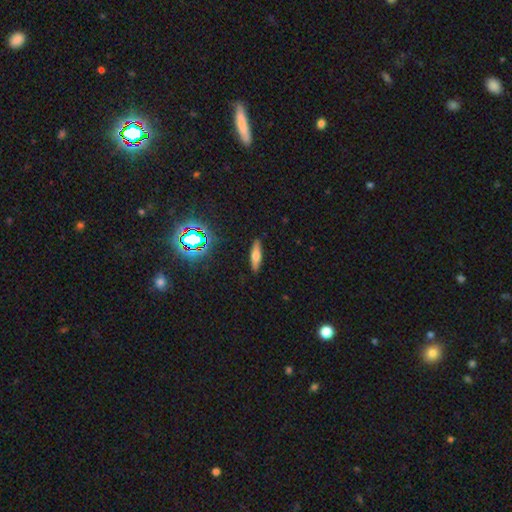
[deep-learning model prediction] smooth-or-featured: smooth: 58% | featured or disk: 30% | star or artifact: 13%
  how-rounded: cigar-shaped: 64% | in between: 33% | round: 3%
  merging: none: 88% | minor disturbance: 8% | major disturbance: 2% | merger: 1%